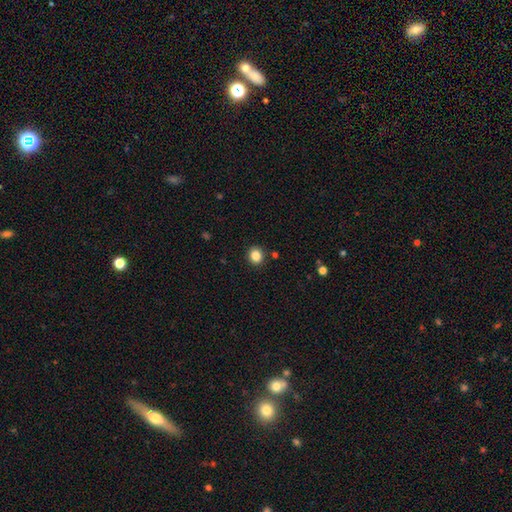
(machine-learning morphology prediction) A smooth galaxy with no disk features (85%) that is round (86%). Merging: none (90%).